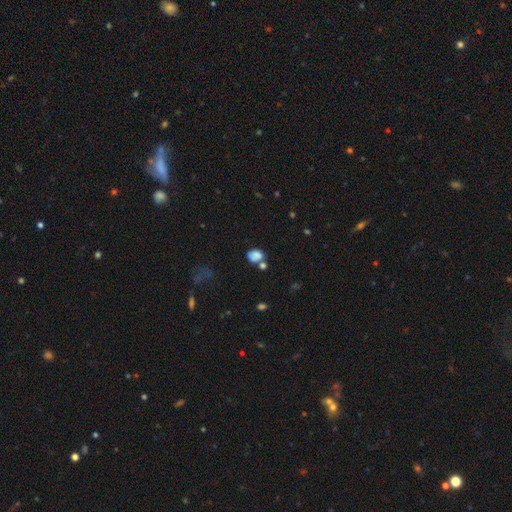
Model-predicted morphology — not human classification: A smooth galaxy with no disk features (76%) that is in between round and cigar-shaped (58%). Merging: none (43%).